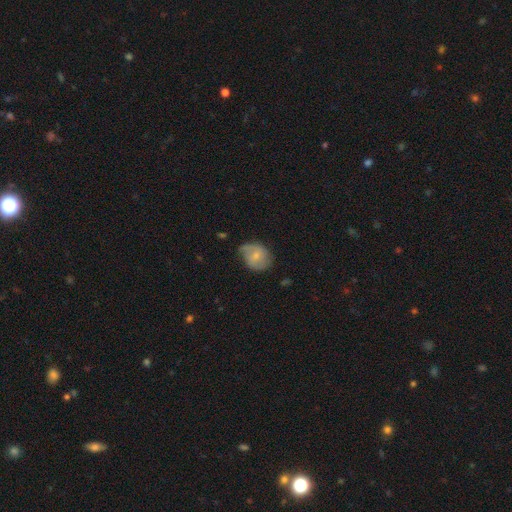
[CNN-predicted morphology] smooth_or_featured: smooth (p=0.48) [alt: featured or disk p=0.45]
merging: none (p=0.51) [alt: minor disturbance p=0.35]